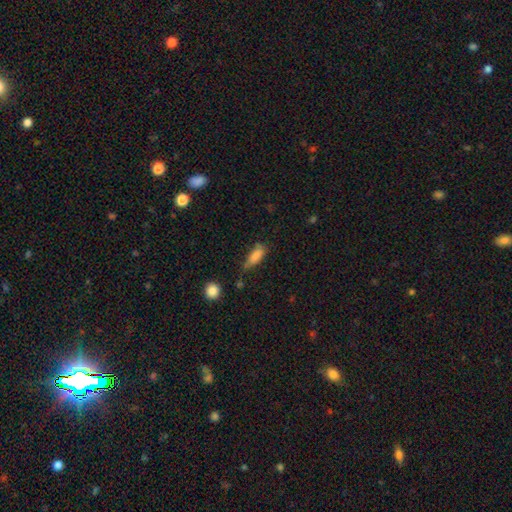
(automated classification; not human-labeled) The model was most divided on "merging": none: 48%, minor disturbance: 36%, major disturbance: 11%, merger: 5%. More confident: smooth or featured — smooth (79%); how rounded — in between (68%).